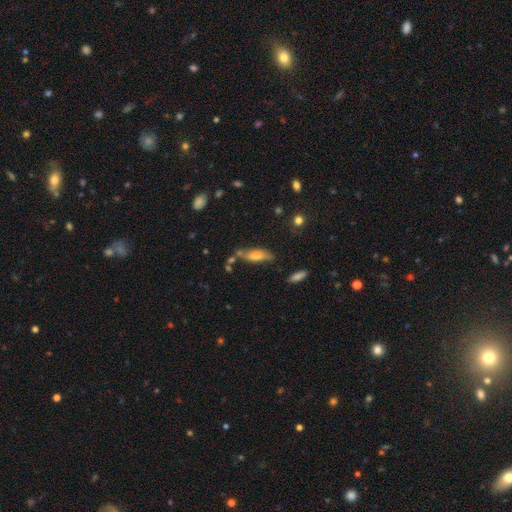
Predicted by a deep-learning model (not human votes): smooth_or_featured: smooth (p=0.61) [alt: featured or disk p=0.31]
how_rounded: in between (p=0.55) [alt: cigar-shaped p=0.42]
merging: none (p=0.55) [alt: minor disturbance p=0.25]